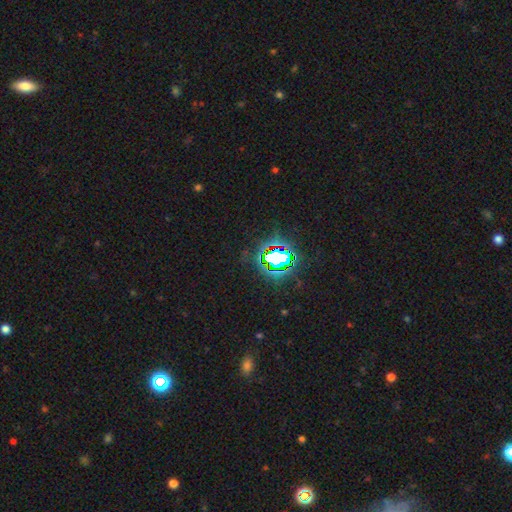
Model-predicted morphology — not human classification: This is clearly a star or artifact rather than a galaxy (83%).